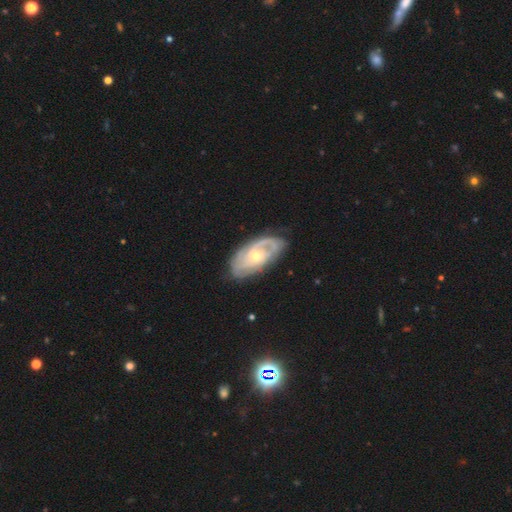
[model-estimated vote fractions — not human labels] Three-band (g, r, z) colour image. It shows a featured or disk galaxy (82%) with no bar (72%), 2 (38%) tight (61%) spiral arms (92%) and a small central bulge (52%). Merging: none (74%).